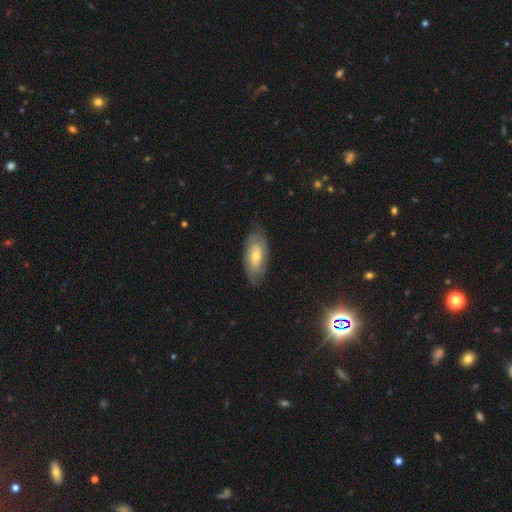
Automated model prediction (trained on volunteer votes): A smooth galaxy with no disk features (51%) that is in between round and cigar-shaped (89%). Merging: none (75%).